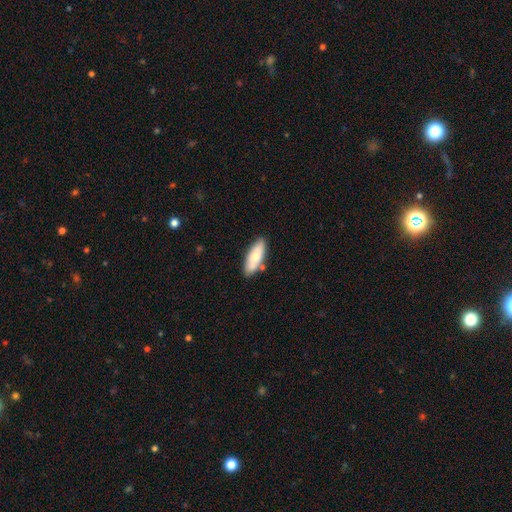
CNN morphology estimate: Smooth or featured?
  - smooth: 71% *
  - featured or disk: 23%
  - star or artifact: 6%
How rounded?
  - in between: 70% *
  - cigar-shaped: 28%
  - round: 2%
Merging?
  - none: 78% *
  - minor disturbance: 13%
  - merger: 7%
  - major disturbance: 2%